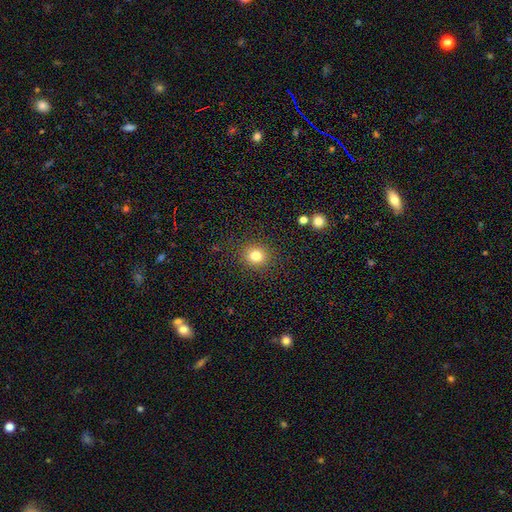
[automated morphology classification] smooth-or-featured: smooth: 80% | star or artifact: 13% | featured or disk: 7%
  how-rounded: round: 86% | in between: 13% | cigar-shaped: 1%
  merging: none: 90% | minor disturbance: 6% | major disturbance: 2% | merger: 1%